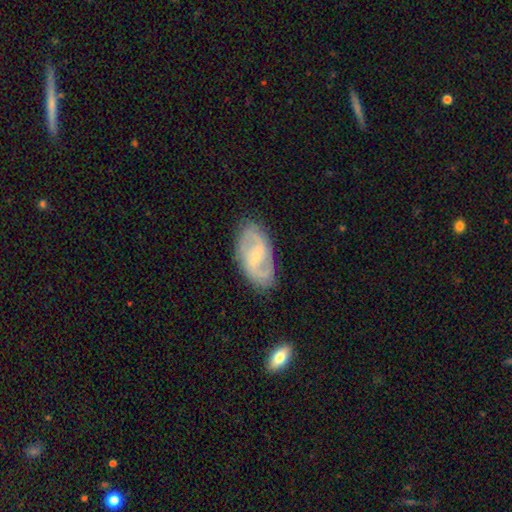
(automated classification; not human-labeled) smooth_or_featured: featured or disk (p=0.78) [alt: smooth p=0.17]
disk_edge_on: no (p=0.96) [alt: yes p=0.04]
bar: weak (p=0.50) [alt: no p=0.35]
has_spiral_arms: yes (p=0.92) [alt: no p=0.08]
spiral_winding: medium (p=0.49) [alt: tight p=0.26]
spiral_arm_count: 2 (p=0.83) [alt: can't tell p=0.09]
bulge_size: small (p=0.73) [alt: moderate p=0.21]
merging: none (p=0.79) [alt: minor disturbance p=0.15]